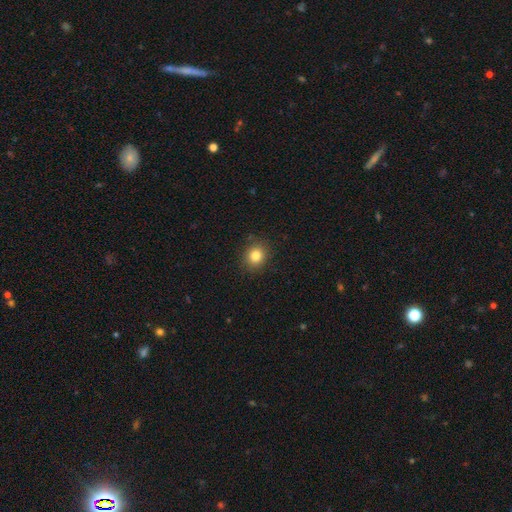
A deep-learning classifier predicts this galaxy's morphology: smooth 82%, star or artifact 12%, featured or disk 7%. Down the decision tree: how rounded — round (79%); merging — none (88%).